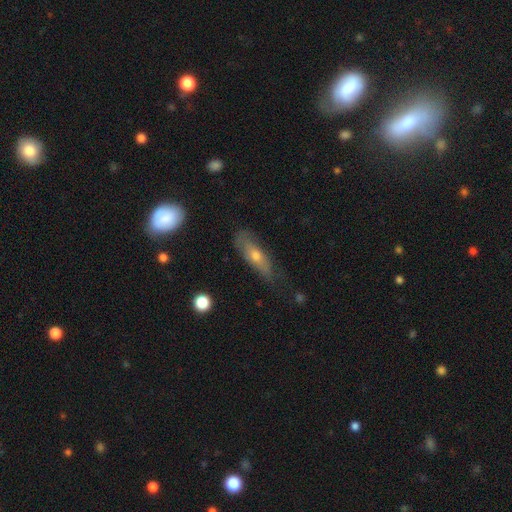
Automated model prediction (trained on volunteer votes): This is possibly a smooth galaxy (52%). How rounded: possibly cigar-shaped (49%). Merging: likely none (63%).